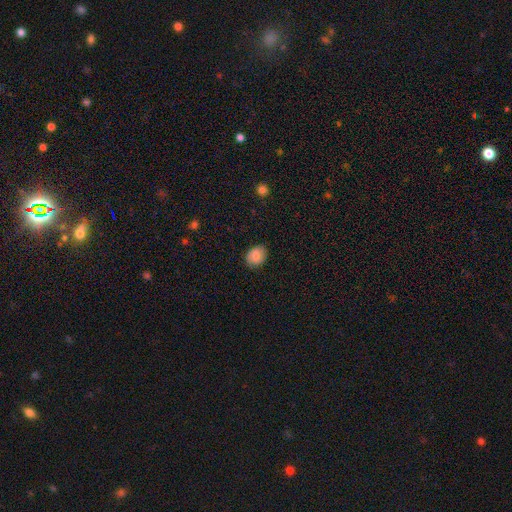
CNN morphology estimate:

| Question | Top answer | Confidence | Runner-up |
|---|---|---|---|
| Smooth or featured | smooth | 82% | featured or disk (10%) |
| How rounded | in between | 59% | round (40%) |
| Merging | none | 83% | minor disturbance (14%) |